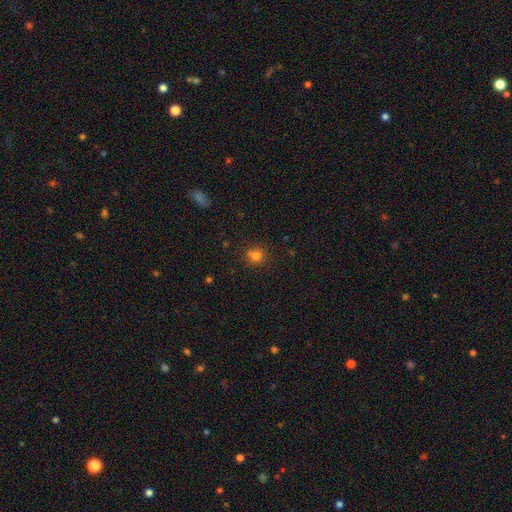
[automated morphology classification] A smooth galaxy with no disk features (77%) that is round (84%). Merging: none (73%).